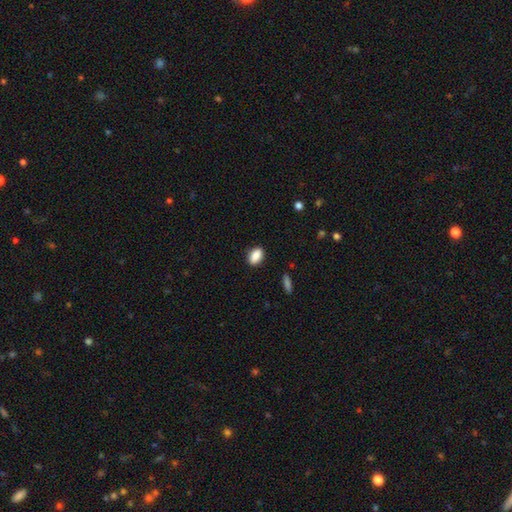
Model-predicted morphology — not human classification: This is clearly a smooth galaxy (87%). How rounded: clearly in between (85%). Merging: clearly none (87%).